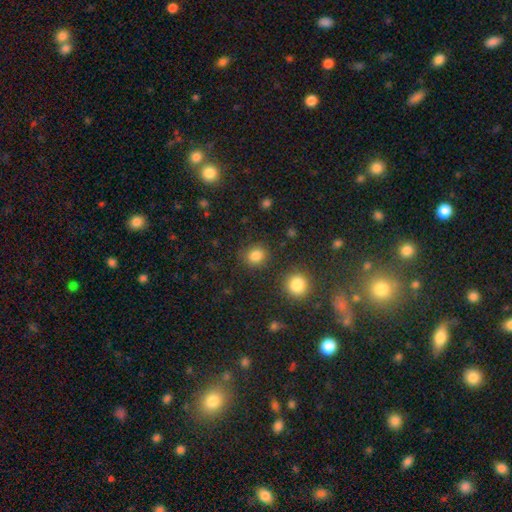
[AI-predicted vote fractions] Overall: smooth (83%). How rounded: round (77%). Merging: none (83%).